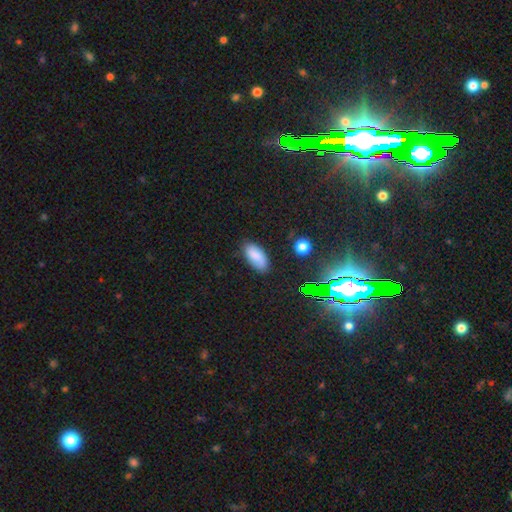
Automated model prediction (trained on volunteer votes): This appears to be a smooth galaxy with no disk features (82%) that is in between round and cigar-shaped (91%). Merging: none (79%).